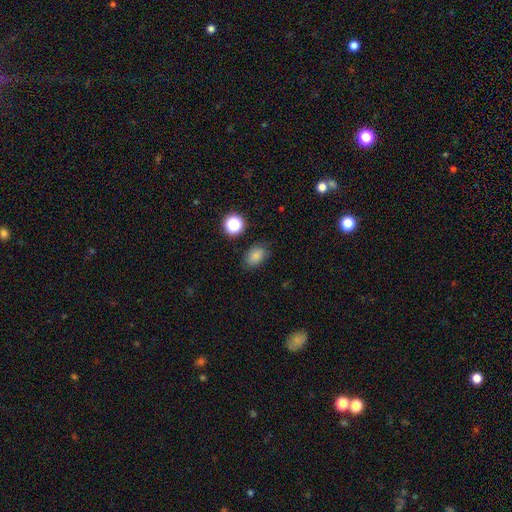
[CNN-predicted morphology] smooth_or_featured: smooth (p=0.80) [alt: star or artifact p=0.13]
how_rounded: in between (p=0.78) [alt: round p=0.21]
merging: none (p=0.79) [alt: minor disturbance p=0.15]